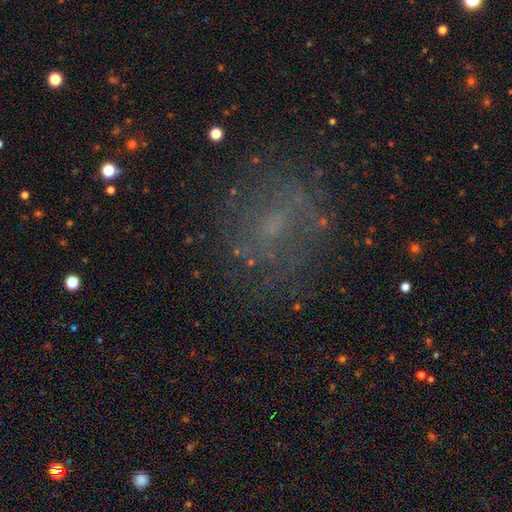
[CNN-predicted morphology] A featured or disk galaxy (40%).

Vote fractions:
- Smooth or featured? featured or disk: 40% / smooth: 34% / star or artifact: 26%
- Merging? none: 70% / minor disturbance: 15% / major disturbance: 13% / merger: 2%